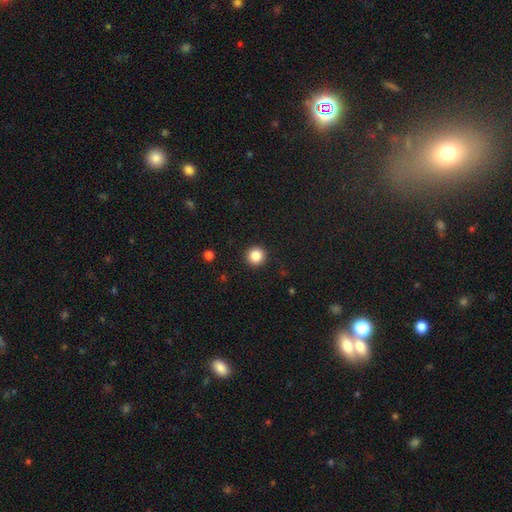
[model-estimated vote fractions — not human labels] Overall: smooth (86%). How rounded: round (95%). Merging: none (93%).